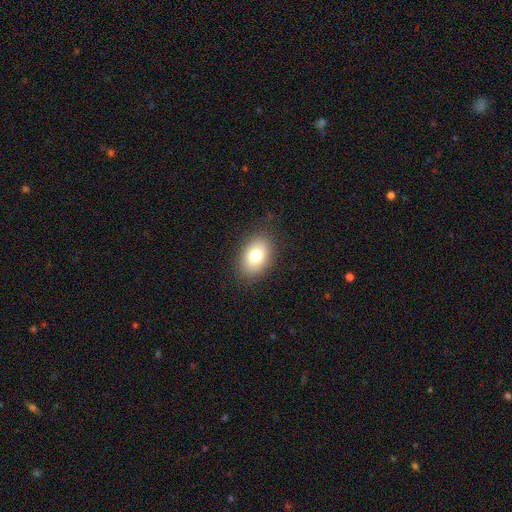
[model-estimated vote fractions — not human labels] Morphology: type=smooth (78%); roundness=in between (84%); merging=none (85%).